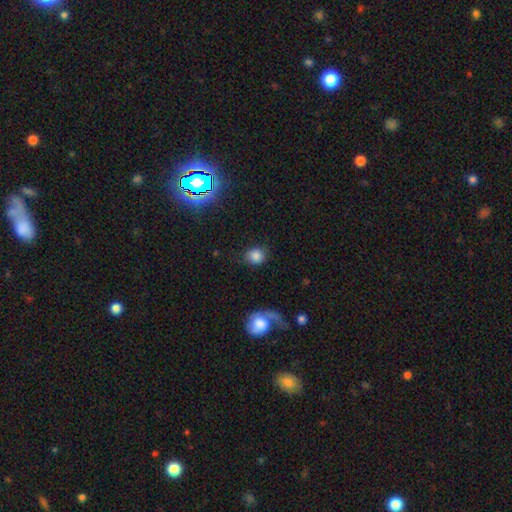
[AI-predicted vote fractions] Morphology: type=smooth (81%); roundness=round (76%); merging=none (75%).